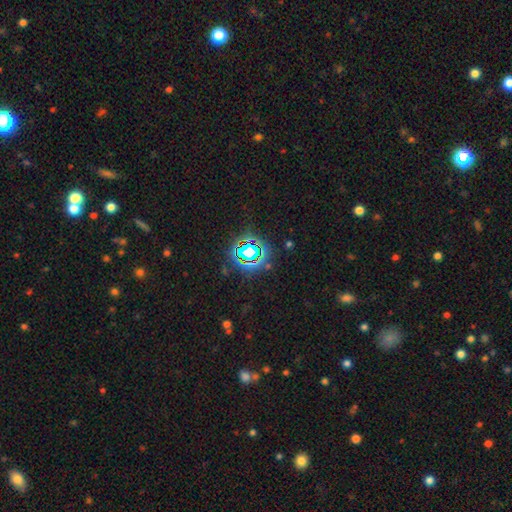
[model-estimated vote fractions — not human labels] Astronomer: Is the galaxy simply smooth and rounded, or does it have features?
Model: star or artifact — 76%.